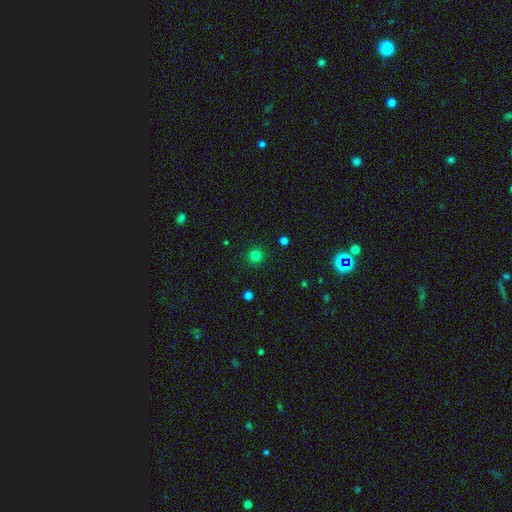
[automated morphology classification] A smooth galaxy with no disk features (80%) that is round (95%). Merging: none (91%).